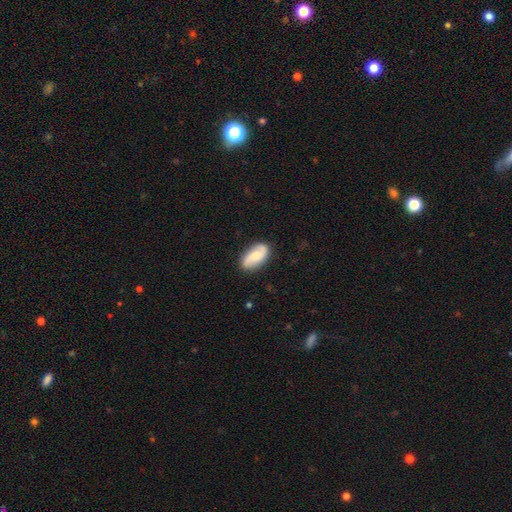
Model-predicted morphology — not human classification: A featured or disk galaxy (50%).

Vote fractions:
- Smooth or featured? featured or disk: 50% / smooth: 43% / star or artifact: 7%
- Edge-on disk? no: 95% / yes: 5%
- Merging? none: 81% / minor disturbance: 14% / major disturbance: 3% / merger: 1%